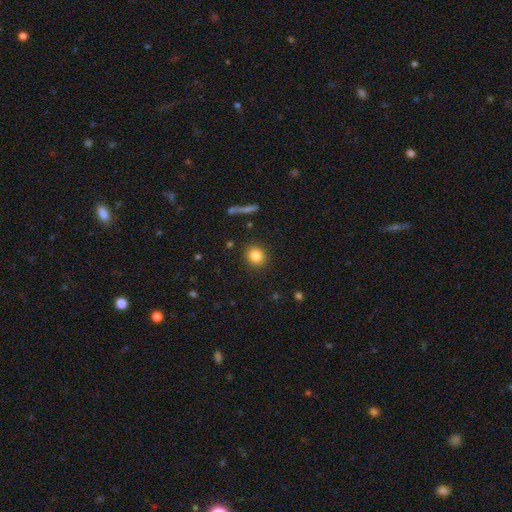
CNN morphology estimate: This appears to be a smooth galaxy with no disk features (84%) that is round (83%). Merging: none (90%).